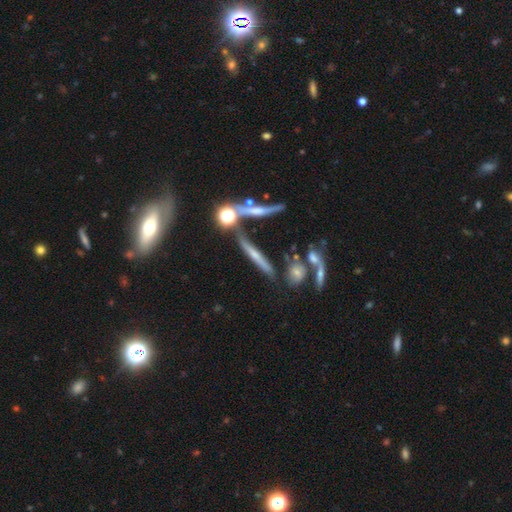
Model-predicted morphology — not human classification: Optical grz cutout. It shows a featured or disk galaxy (52%) viewed edge-on (86%). Merging: none (64%).